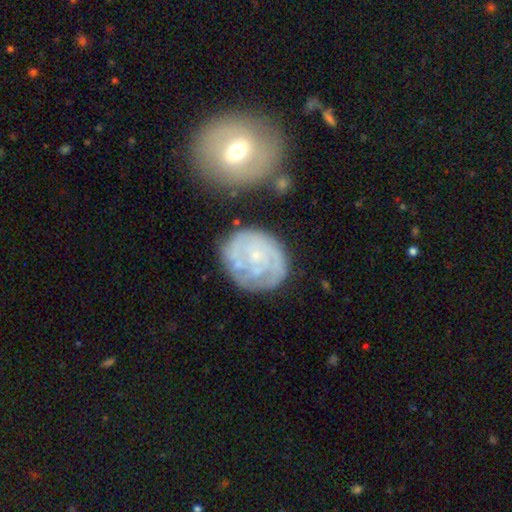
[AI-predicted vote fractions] Overall: featured or disk (71%). Edge-on disk: no (98%). Bar: no (81%). Spiral arms: yes (77%). Spiral arm count: can't tell (49%; 2 18%). Spiral winding: tight (70%). Bulge size: small (77%). Merging: none (60%; minor disturbance 22%).